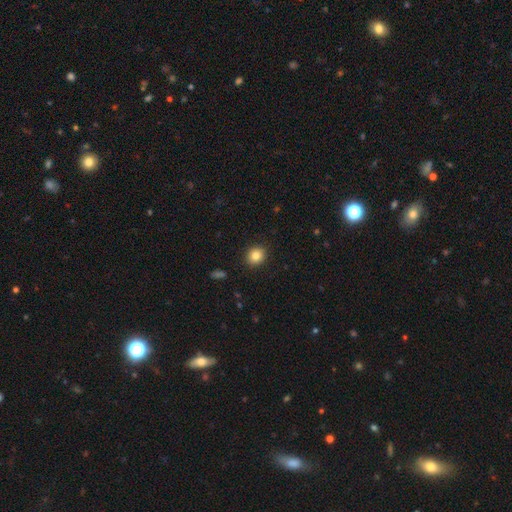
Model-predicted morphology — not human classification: A smooth galaxy with no disk features (84%) that is round (72%).

Vote fractions:
- Smooth or featured? smooth: 84% / star or artifact: 10% / featured or disk: 6%
- How rounded? round: 72% / in between: 27% / cigar-shaped: 1%
- Merging? none: 91% / minor disturbance: 6% / major disturbance: 2% / merger: 1%